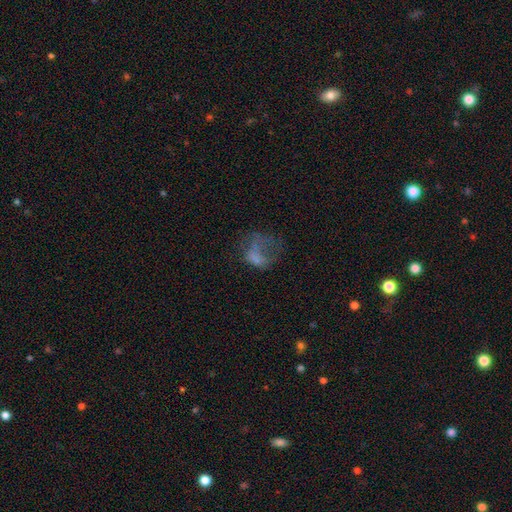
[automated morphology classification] Smooth or featured? Predicted: smooth (p=0.47). Merging? Predicted: major disturbance (p=0.54).